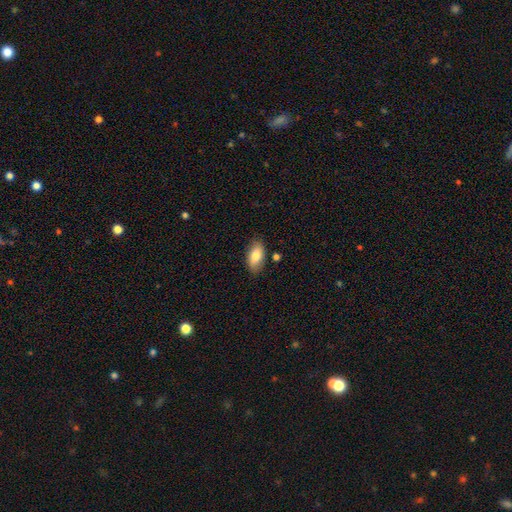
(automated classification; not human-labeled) Smooth or featured? Predicted: smooth (p=0.80). How rounded? Predicted: in between (p=0.92). Merging? Predicted: none (p=0.82).